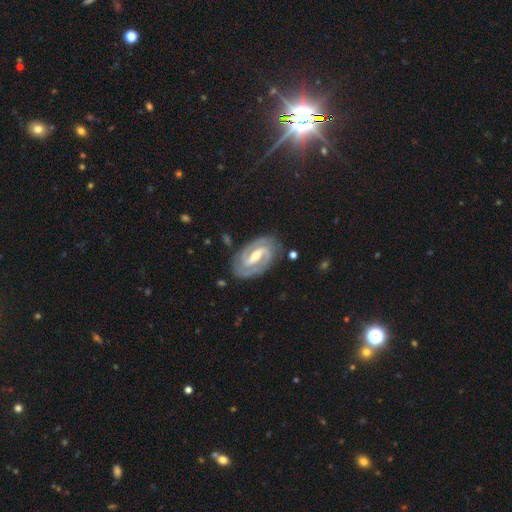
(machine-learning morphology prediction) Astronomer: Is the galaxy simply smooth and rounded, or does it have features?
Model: featured or disk — 91%.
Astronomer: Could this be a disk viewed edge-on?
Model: no — 96%.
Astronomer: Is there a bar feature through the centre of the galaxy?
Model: strong — 54% (runner-up: weak, 34%).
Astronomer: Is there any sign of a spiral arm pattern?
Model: yes — 98%.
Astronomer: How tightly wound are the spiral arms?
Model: tight — 55% (runner-up: medium, 39%).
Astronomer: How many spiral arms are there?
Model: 2 — 90%.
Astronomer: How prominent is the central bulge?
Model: moderate — 59% (runner-up: small, 36%).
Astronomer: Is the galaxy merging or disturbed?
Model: none — 84%.